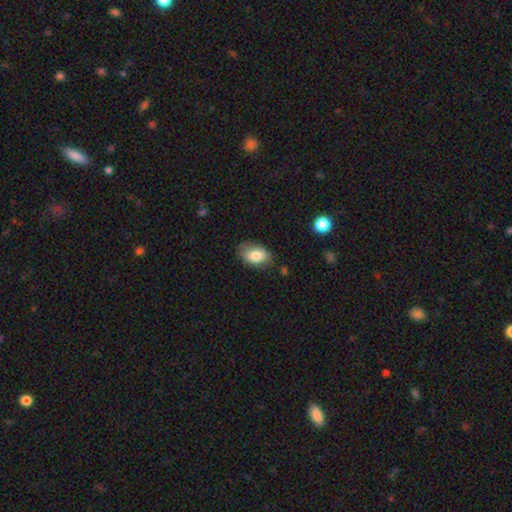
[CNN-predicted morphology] type=smooth (79%); roundness=in between (86%); merging=none (72%).